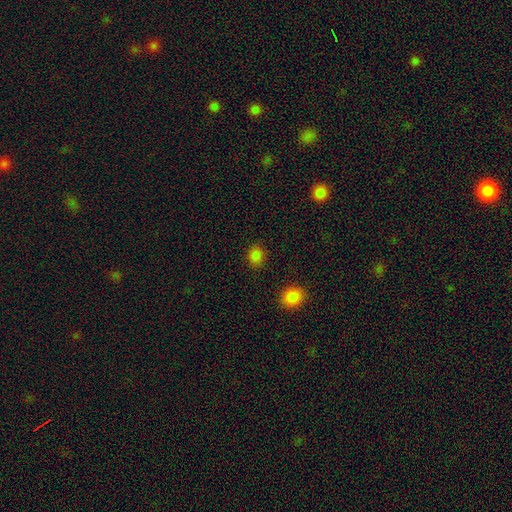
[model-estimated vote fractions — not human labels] Smooth or featured? Predicted: smooth (p=0.83). How rounded? Predicted: round (p=0.65). Merging? Predicted: none (p=0.87).